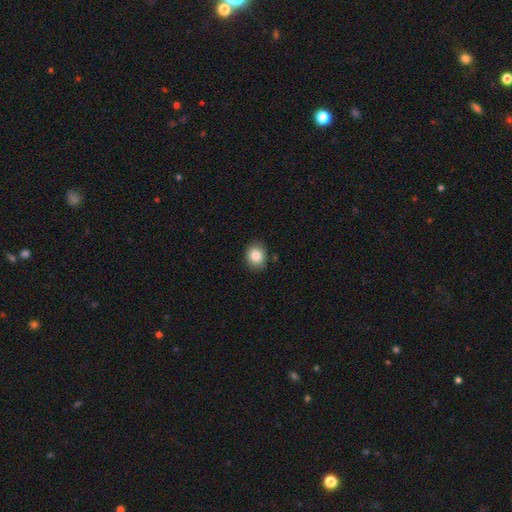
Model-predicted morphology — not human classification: Q: Smooth or featured?
A: smooth (85%); runner-up: star or artifact (9%)
Q: How rounded?
A: round (66%); runner-up: in between (33%)
Q: Merging?
A: none (85%); runner-up: minor disturbance (11%)